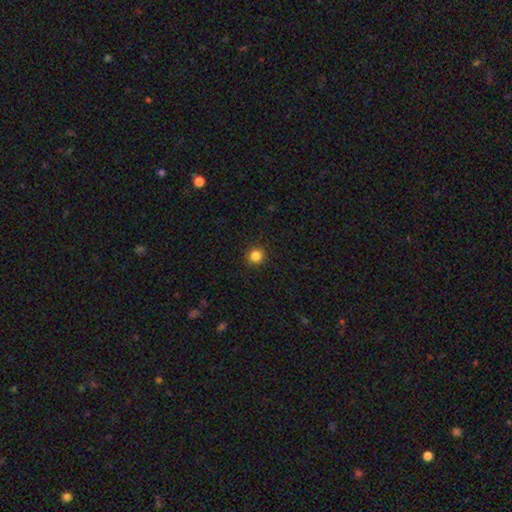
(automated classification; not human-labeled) Smooth or featured: smooth — 85% (star or artifact — 11%)
How rounded: round — 93% (in between — 6%)
Merging: none — 91% (minor disturbance — 6%)